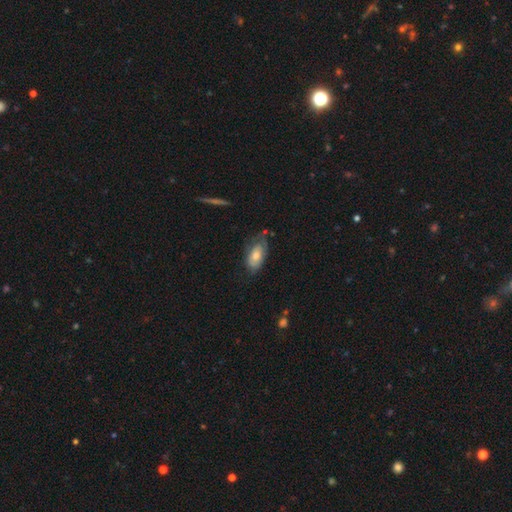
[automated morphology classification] A smooth galaxy with no disk features (58%) that is in between round and cigar-shaped (90%).

Vote fractions:
- Smooth or featured? smooth: 58% / featured or disk: 36% / star or artifact: 7%
- How rounded? in between: 90% / cigar-shaped: 5% / round: 5%
- Merging? none: 46% / minor disturbance: 34% / major disturbance: 17% / merger: 3%